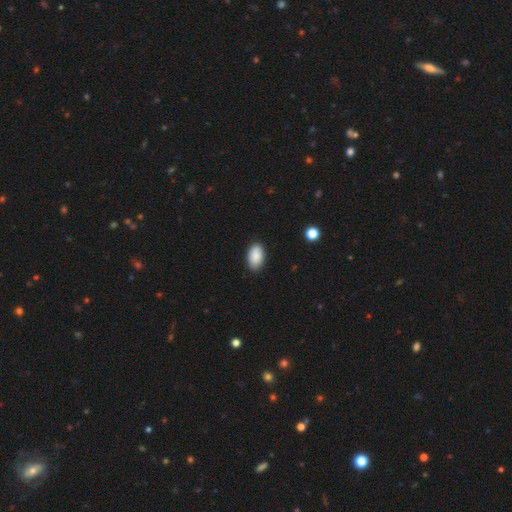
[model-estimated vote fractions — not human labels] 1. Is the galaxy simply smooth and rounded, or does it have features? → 89% smooth, 7% star or artifact, 4% featured or disk.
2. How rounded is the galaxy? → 94% in between, 4% round, 1% cigar-shaped.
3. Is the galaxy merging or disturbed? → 87% none, 10% minor disturbance, 2% major disturbance, 1% merger.